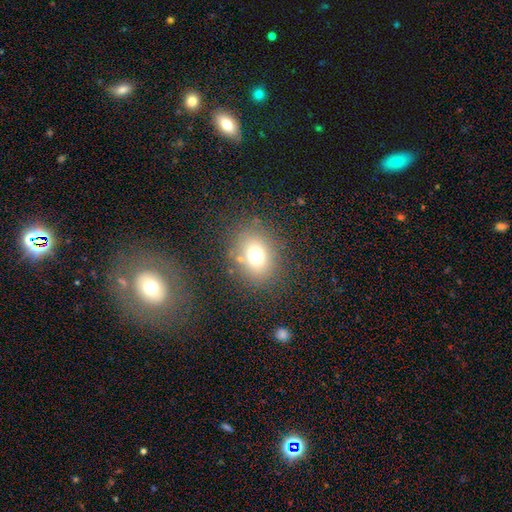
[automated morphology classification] A smooth galaxy with no disk features (71%) that is round (54%).

Vote fractions:
- Smooth or featured? smooth: 71% / star or artifact: 17% / featured or disk: 13%
- How rounded? round: 54% / in between: 45% / cigar-shaped: 1%
- Merging? none: 78% / minor disturbance: 11% / major disturbance: 6% / merger: 4%